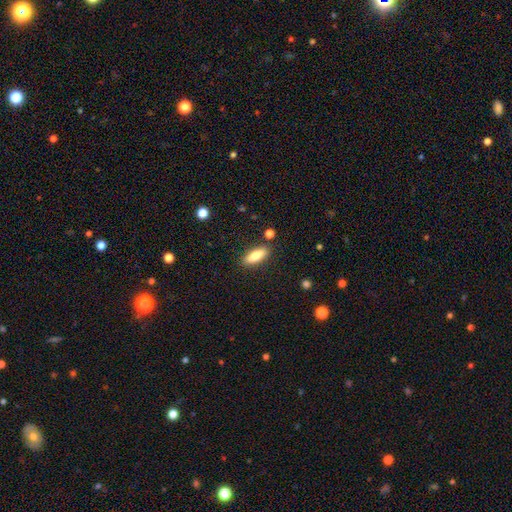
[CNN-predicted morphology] A smooth galaxy with no disk features (76%) that is in between round and cigar-shaped (61%). Merging: none (86%).